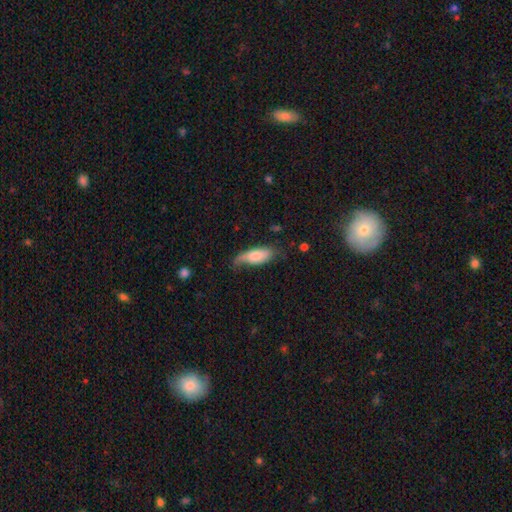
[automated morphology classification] smooth_or_featured: smooth (p=0.70) [alt: featured or disk p=0.24]
how_rounded: in between (p=0.72) [alt: cigar-shaped p=0.25]
merging: none (p=0.49) [alt: minor disturbance p=0.36]